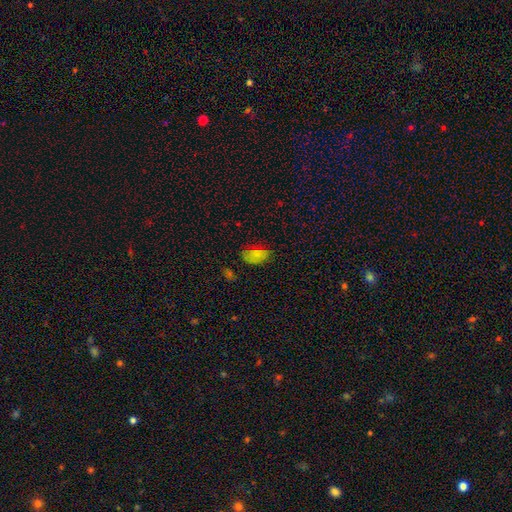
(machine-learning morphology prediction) The model was most divided on "smooth or featured": smooth: 65%, star or artifact: 22%, featured or disk: 14%. More confident: how rounded — in between (90%); merging — none (69%).